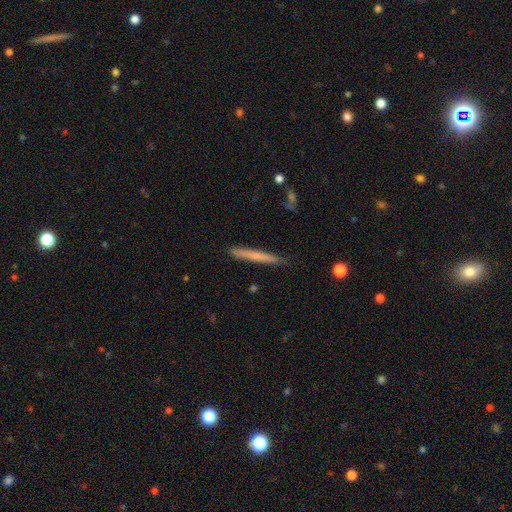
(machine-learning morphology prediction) smooth 63%, featured or disk 31%, star or artifact 6%. Down the decision tree: how rounded — cigar-shaped (97%); merging — none (87%).